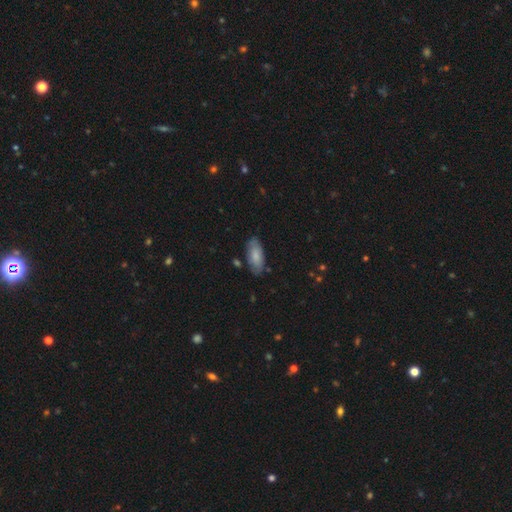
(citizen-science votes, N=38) smooth-or-featured: smooth: 95% | featured or disk: 3% | star or artifact: 3%
  how-rounded: in between: 86% | cigar-shaped: 11% | round: 3%
  merging: none: 78% | minor disturbance: 19% | merger: 3% | major disturbance: 0%